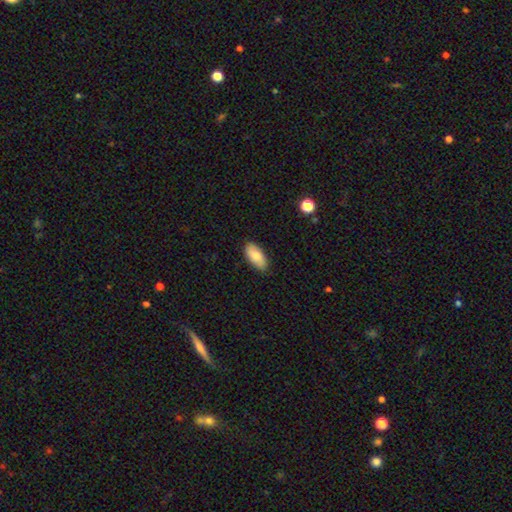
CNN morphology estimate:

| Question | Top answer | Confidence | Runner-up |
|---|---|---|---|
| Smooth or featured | smooth | 81% | featured or disk (13%) |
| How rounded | in between | 91% | cigar-shaped (6%) |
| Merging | none | 85% | minor disturbance (12%) |